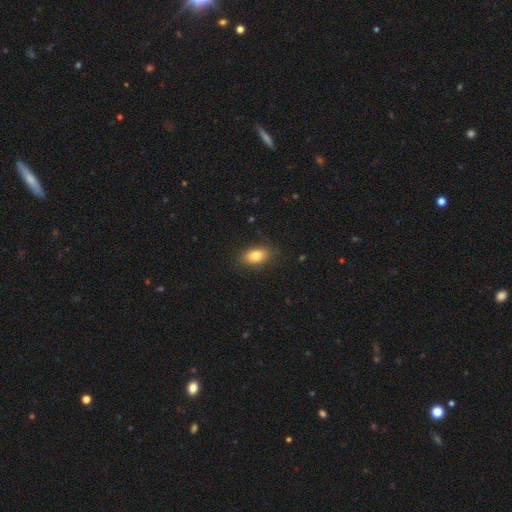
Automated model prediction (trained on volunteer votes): Overall: smooth (80%). How rounded: in between (86%). Merging: none (84%).